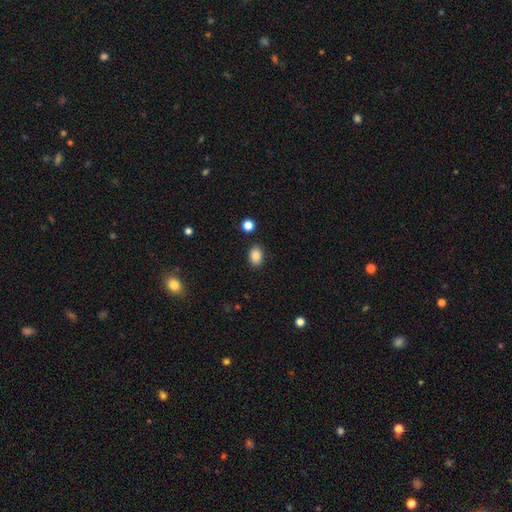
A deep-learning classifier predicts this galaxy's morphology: A smooth galaxy with no disk features (87%) that is in between round and cigar-shaped (77%).

Vote fractions:
- Smooth or featured? smooth: 87% / star or artifact: 9% / featured or disk: 4%
- How rounded? in between: 77% / round: 22% / cigar-shaped: 1%
- Merging? none: 87% / minor disturbance: 9% / major disturbance: 2% / merger: 2%